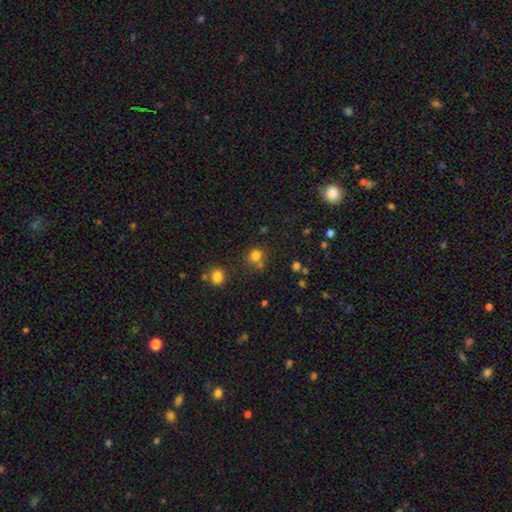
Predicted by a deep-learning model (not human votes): This appears to be a smooth galaxy with no disk features (78%) that is round (85%). Merging: none (67%).